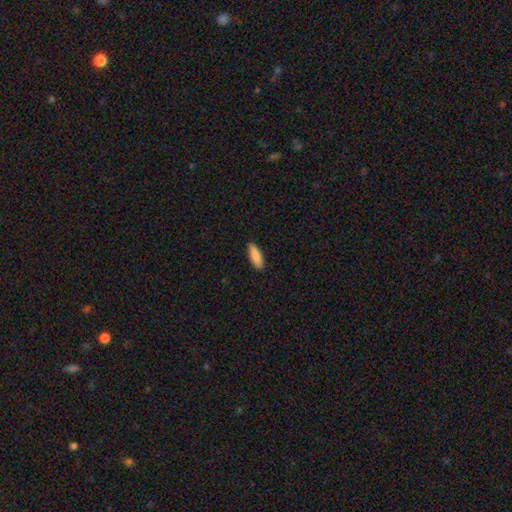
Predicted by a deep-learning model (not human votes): The model was most divided on "how rounded": in between: 56%, cigar-shaped: 42%, round: 2%. More confident: smooth or featured — smooth (88%); merging — none (87%).